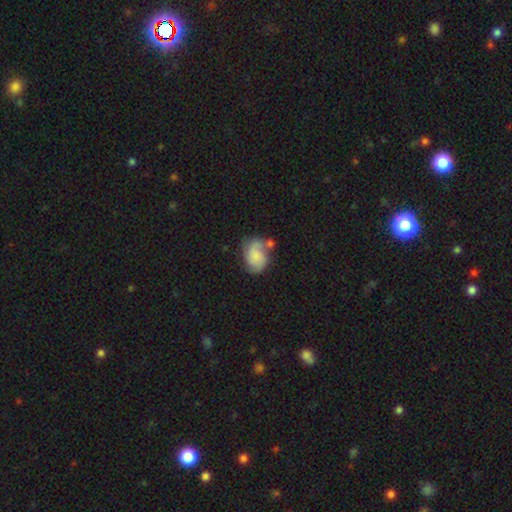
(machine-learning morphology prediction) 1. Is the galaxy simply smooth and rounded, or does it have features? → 55% smooth, 37% featured or disk, 8% star or artifact.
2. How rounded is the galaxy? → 71% in between, 28% round, 1% cigar-shaped.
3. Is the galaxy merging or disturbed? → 39% none, 25% minor disturbance, 23% merger, 13% major disturbance.